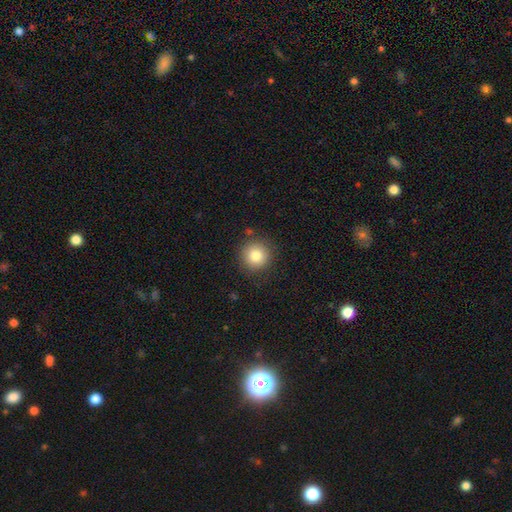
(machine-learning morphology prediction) The model was most divided on "smooth or featured": smooth: 81%, star or artifact: 11%, featured or disk: 8%. More confident: how rounded — round (94%); merging — none (87%).